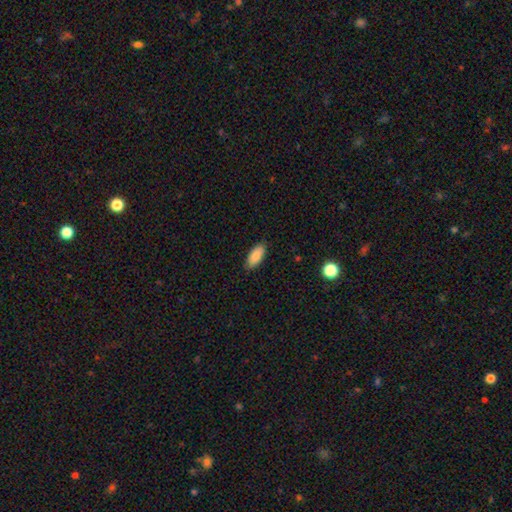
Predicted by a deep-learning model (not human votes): The model was most divided on "how rounded": in between: 87%, cigar-shaped: 11%, round: 2%. More confident: smooth or featured — smooth (88%); merging — none (87%).